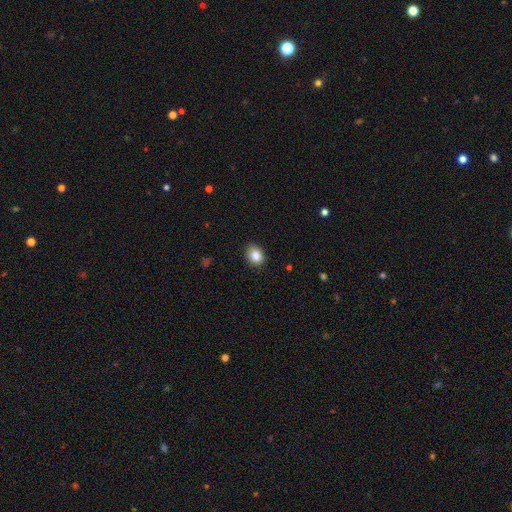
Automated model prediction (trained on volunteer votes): smooth-or-featured: smooth: 85% | star or artifact: 9% | featured or disk: 6%
  how-rounded: in between: 54% | round: 46% | cigar-shaped: 1%
  merging: none: 86% | minor disturbance: 11% | major disturbance: 2% | merger: 1%